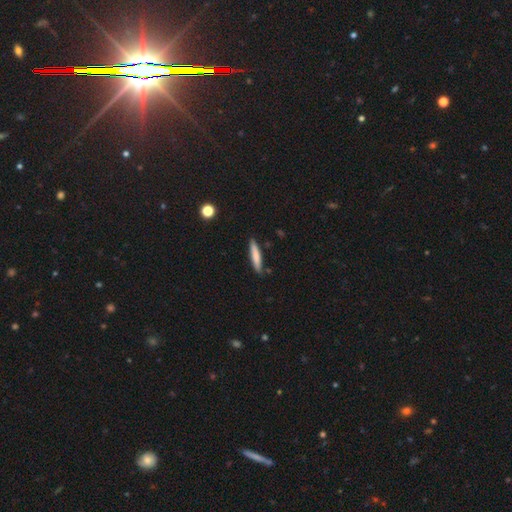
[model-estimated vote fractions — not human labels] A smooth galaxy with no disk features (76%) that is cigar-shaped (89%). Merging: none (85%).